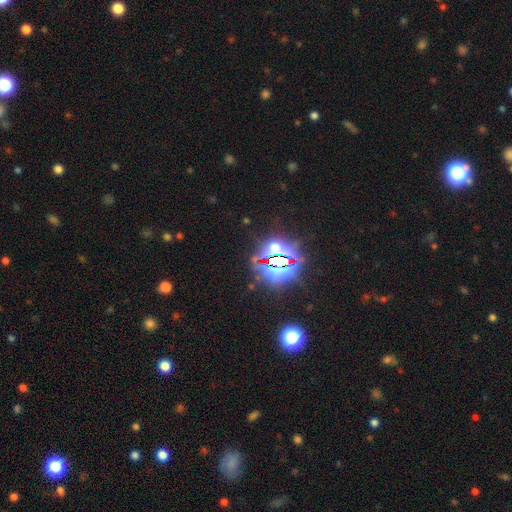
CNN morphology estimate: Overall: star or artifact (80%).